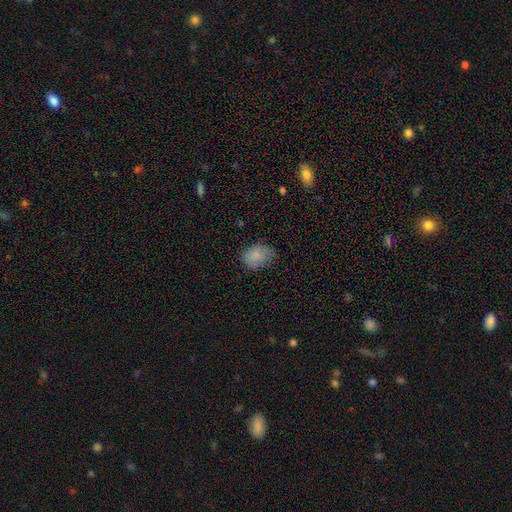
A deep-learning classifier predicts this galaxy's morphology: The model was most divided on "how rounded": in between: 64%, round: 35%, cigar-shaped: 1%. More confident: smooth or featured — smooth (83%); merging — none (69%).